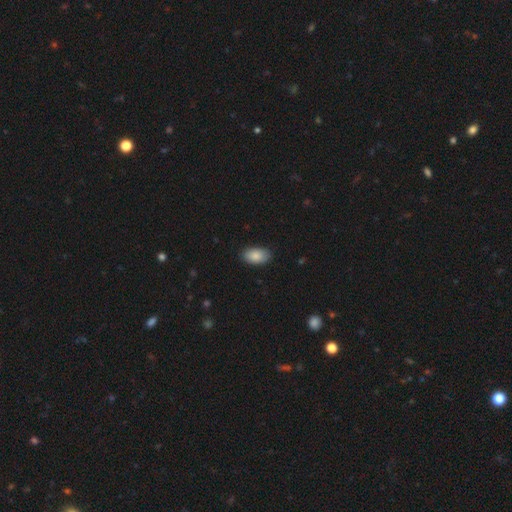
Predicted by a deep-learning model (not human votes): Overall: smooth (88%). How rounded: in between (95%). Merging: none (87%).